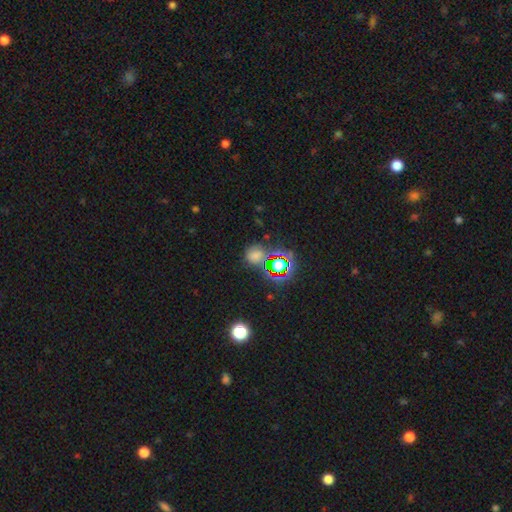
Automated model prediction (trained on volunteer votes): Smooth or featured?
  - smooth: 50% *
  - star or artifact: 42%
  - featured or disk: 8%
Merging?
  - none: 67% *
  - minor disturbance: 15%
  - merger: 11%
  - major disturbance: 7%